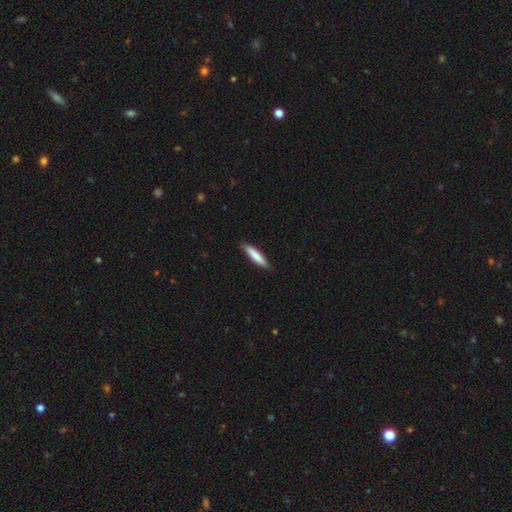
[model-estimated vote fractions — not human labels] smooth_or_featured: smooth (p=0.80) [alt: featured or disk p=0.15]
how_rounded: cigar-shaped (p=0.85) [alt: in between p=0.14]
merging: none (p=0.86) [alt: minor disturbance p=0.11]